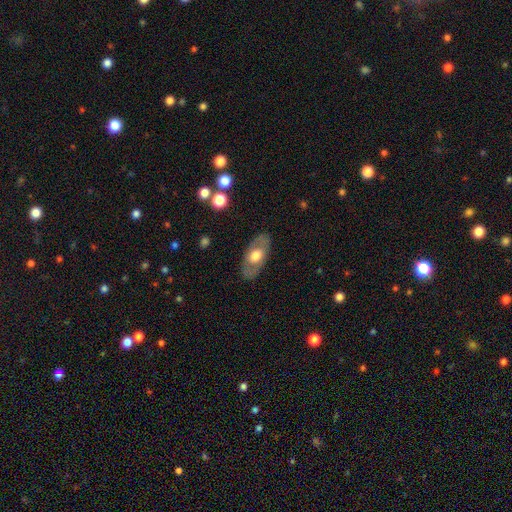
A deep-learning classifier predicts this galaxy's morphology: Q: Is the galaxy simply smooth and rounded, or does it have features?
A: smooth — 49%.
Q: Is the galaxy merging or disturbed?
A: none — 83%.